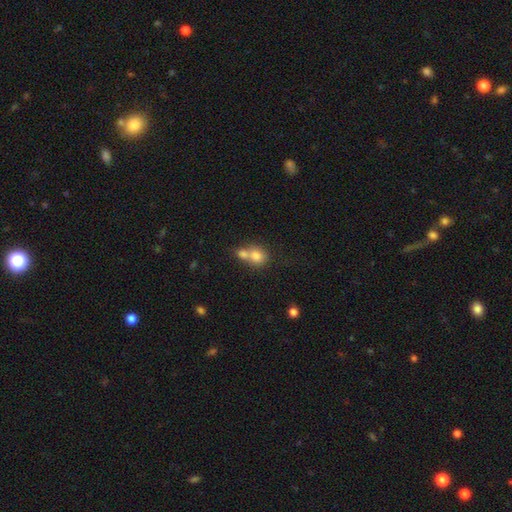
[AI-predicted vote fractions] smooth 77%, featured or disk 14%, star or artifact 10%. Down the decision tree: how rounded — round (69%); merging — merger (62%).